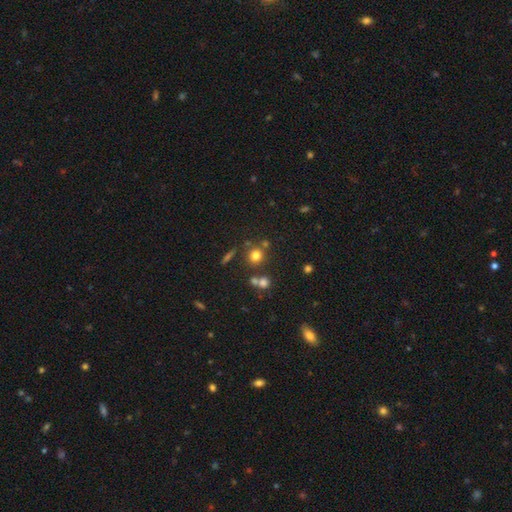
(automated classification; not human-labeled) smooth_or_featured: smooth (p=0.73) [alt: star or artifact p=0.17]
how_rounded: round (p=0.87) [alt: in between p=0.11]
merging: none (p=0.71) [alt: merger p=0.16]